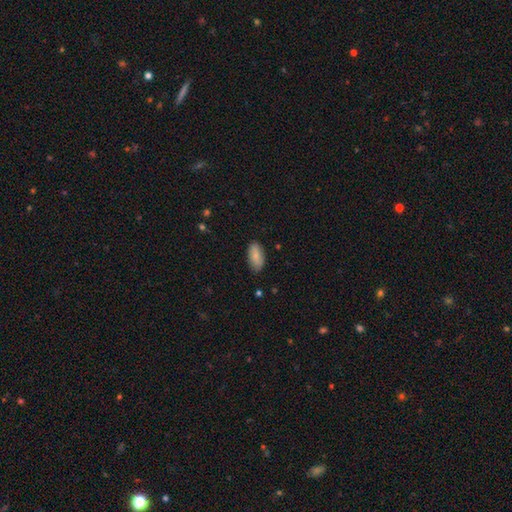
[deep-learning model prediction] The model was most divided on "merging": none: 82%, minor disturbance: 14%, major disturbance: 3%, merger: 1%. More confident: how rounded — in between (91%); smooth or featured — smooth (85%).